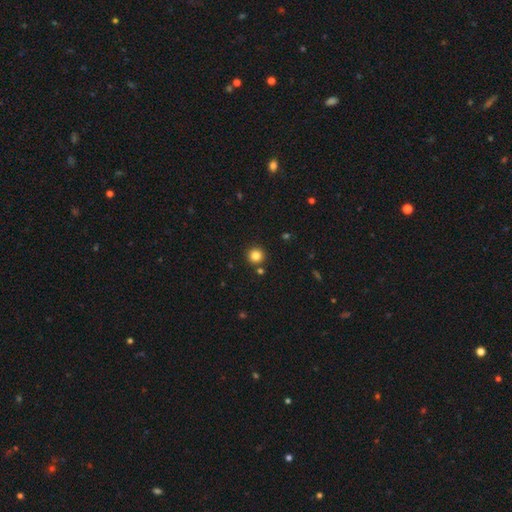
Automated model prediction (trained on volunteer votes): Smooth or featured? Predicted: smooth (p=0.83). How rounded? Predicted: round (p=0.95). Merging? Predicted: none (p=0.88).